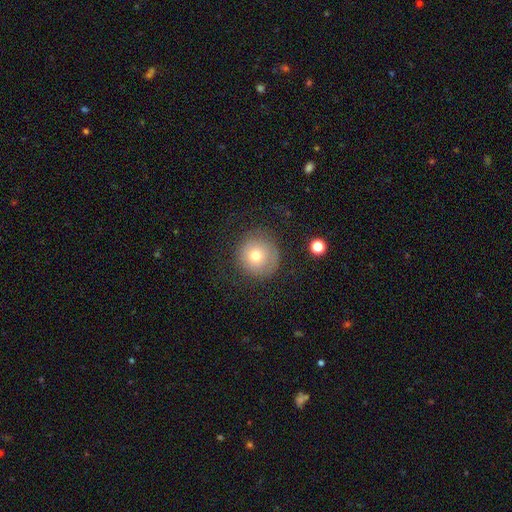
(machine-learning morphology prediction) smooth 69%, featured or disk 21%, star or artifact 10%. Down the decision tree: how rounded — round (93%); merging — none (73%).